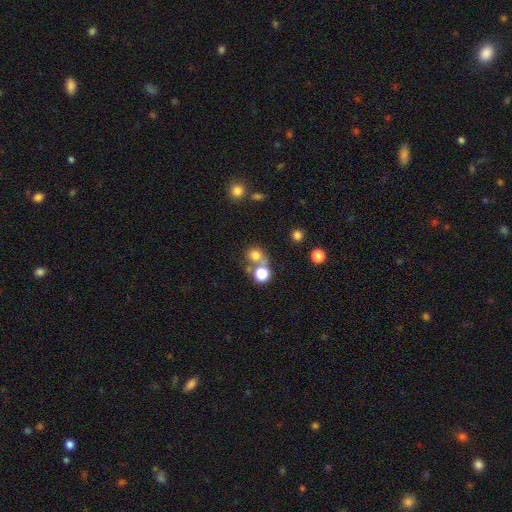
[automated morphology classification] This appears to be a smooth galaxy with no disk features (74%) that is round (81%). Merging: none (49%).